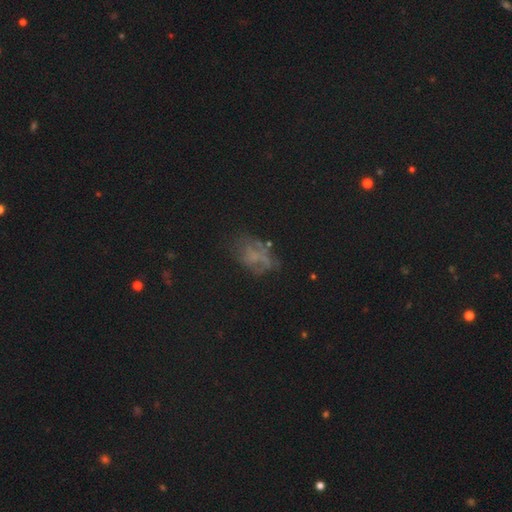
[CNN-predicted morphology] Smooth or featured? featured or disk (41%)
Merging? none (46%)